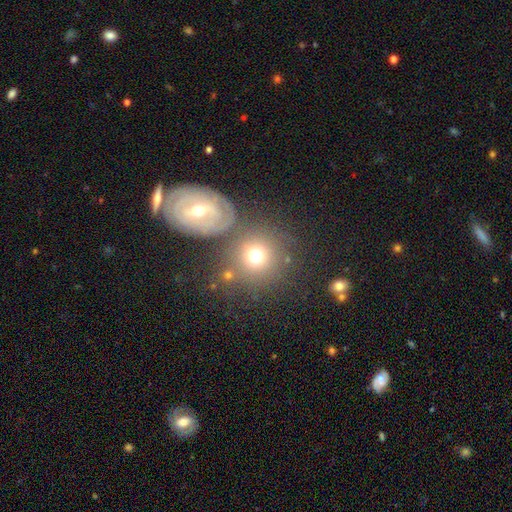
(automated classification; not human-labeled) Overall: smooth (66%). How rounded: round (88%). Merging: none (62%).